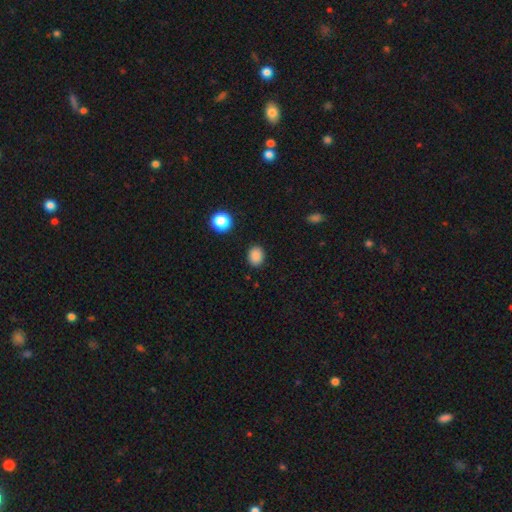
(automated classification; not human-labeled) Smooth or featured? Predicted: smooth (p=0.86). How rounded? Predicted: round (p=0.61). Merging? Predicted: none (p=0.88).